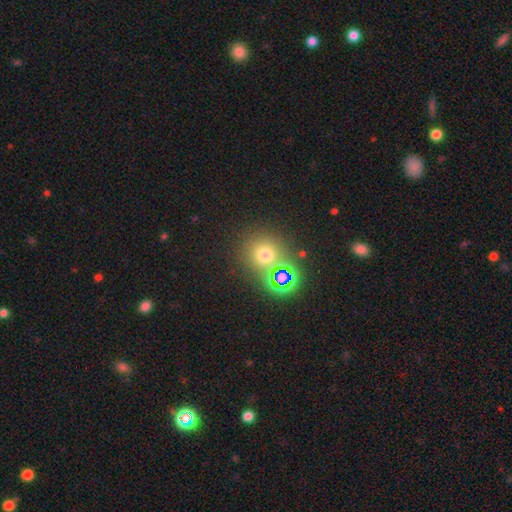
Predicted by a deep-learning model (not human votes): This is possibly a smooth galaxy (56%). How rounded: clearly round (86%). Merging: likely none (64%).